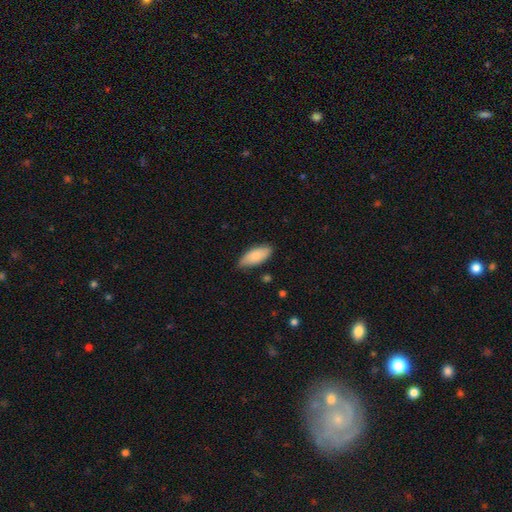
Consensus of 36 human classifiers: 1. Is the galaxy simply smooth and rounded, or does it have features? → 83% smooth, 11% featured or disk, 6% star or artifact.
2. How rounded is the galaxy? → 90% in between, 10% cigar-shaped, 0% round.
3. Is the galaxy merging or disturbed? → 88% none, 12% minor disturbance, 0% major disturbance, 0% merger.